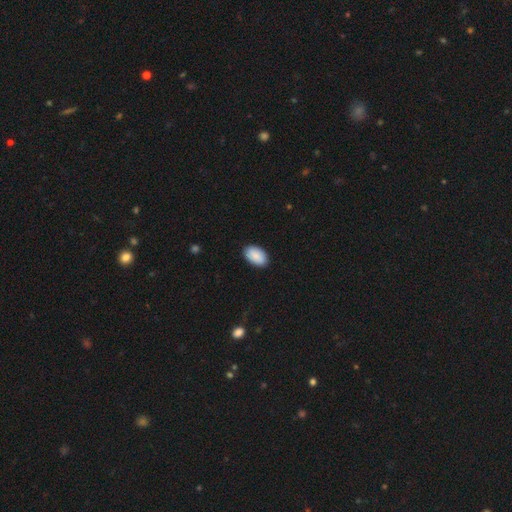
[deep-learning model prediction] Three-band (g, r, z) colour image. It shows a smooth galaxy with no disk features (90%) that is in between round and cigar-shaped (94%). Merging: none (88%).